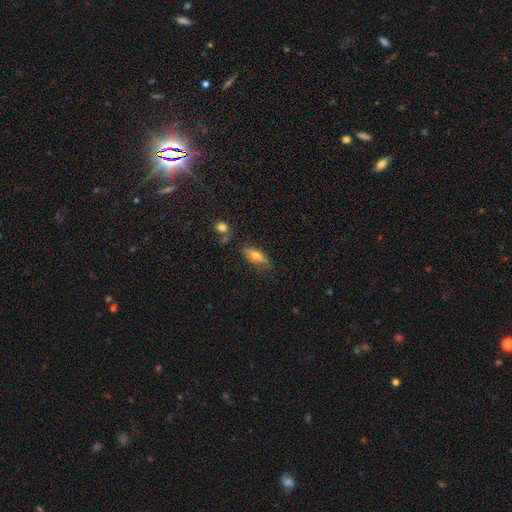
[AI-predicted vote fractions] Overall: smooth (53%; featured or disk 39%). How rounded: in between (53%; cigar-shaped 44%). Merging: none (70%).